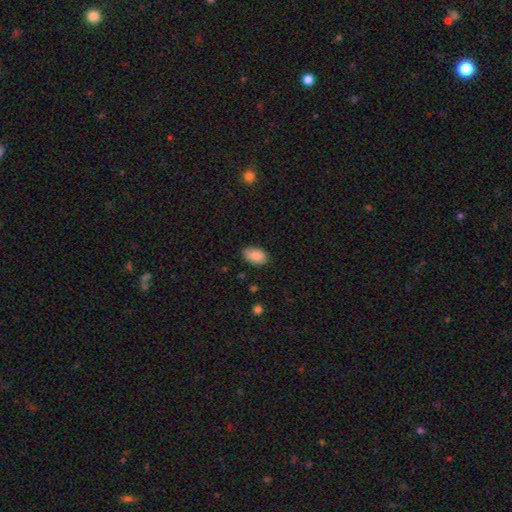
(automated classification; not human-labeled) smooth 88%, star or artifact 7%, featured or disk 5%. Down the decision tree: how rounded — in between (92%); merging — none (84%).